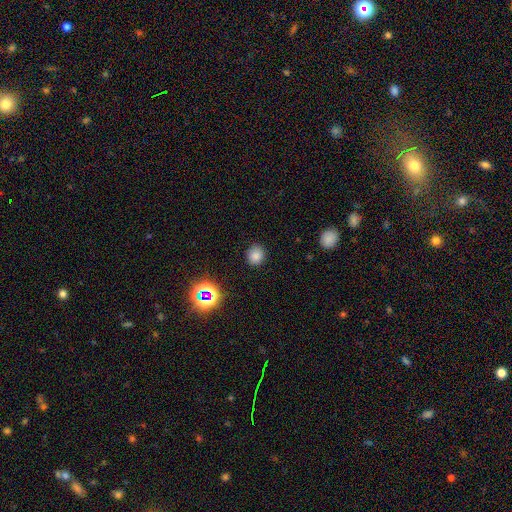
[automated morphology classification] The model was most divided on "how rounded": round: 79%, in between: 20%, cigar-shaped: 1%. More confident: merging — none (87%); smooth or featured — smooth (78%).